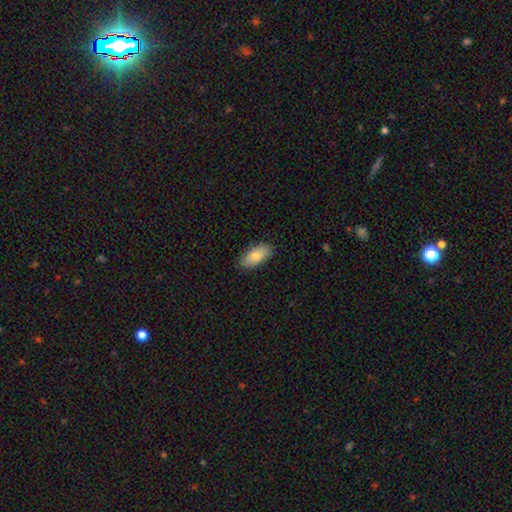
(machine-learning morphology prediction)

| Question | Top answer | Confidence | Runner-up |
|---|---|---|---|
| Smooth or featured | smooth | 78% | featured or disk (16%) |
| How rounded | in between | 89% | cigar-shaped (8%) |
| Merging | none | 86% | minor disturbance (11%) |